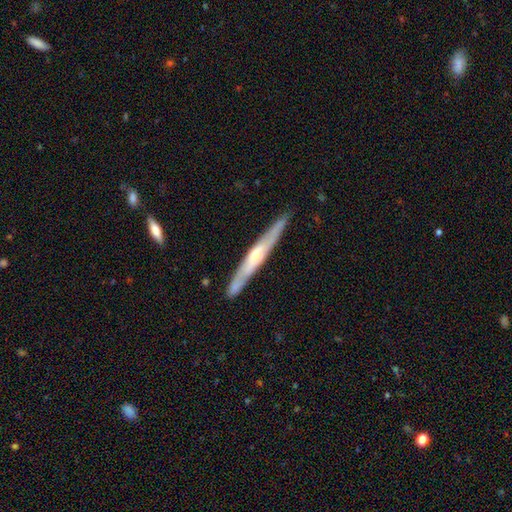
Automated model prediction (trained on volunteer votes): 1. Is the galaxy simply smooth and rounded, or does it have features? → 66% featured or disk, 29% smooth, 5% star or artifact.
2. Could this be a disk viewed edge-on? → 93% yes, 7% no.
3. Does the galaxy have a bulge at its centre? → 62% rounded, 28% none, 10% boxy.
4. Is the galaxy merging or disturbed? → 87% none, 10% minor disturbance, 2% merger, 2% major disturbance.